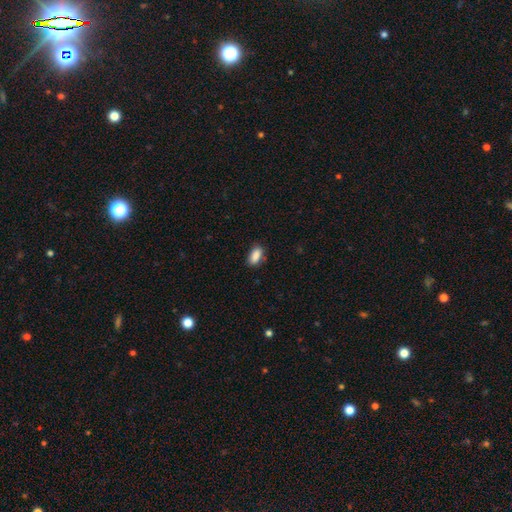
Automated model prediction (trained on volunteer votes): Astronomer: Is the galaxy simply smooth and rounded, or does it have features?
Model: smooth — 88%.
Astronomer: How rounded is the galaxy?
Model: in between — 88%.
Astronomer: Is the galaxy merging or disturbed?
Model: none — 81%.